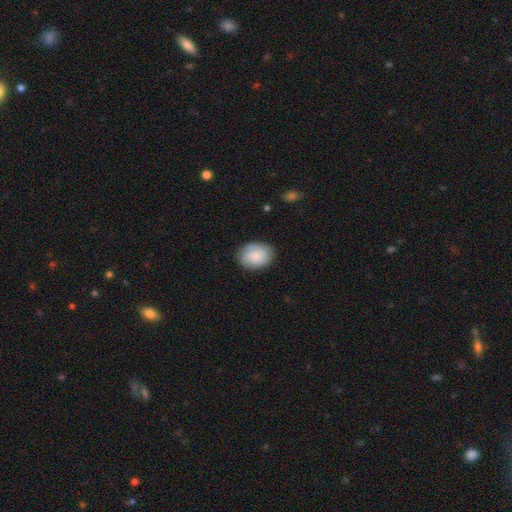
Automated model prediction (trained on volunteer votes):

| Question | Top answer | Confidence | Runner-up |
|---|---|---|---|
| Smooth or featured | smooth | 72% | featured or disk (21%) |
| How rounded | in between | 71% | round (28%) |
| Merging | none | 81% | minor disturbance (14%) |